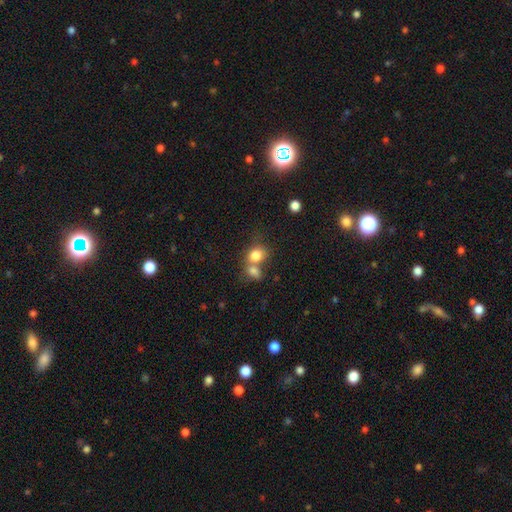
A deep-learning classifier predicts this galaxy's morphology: smooth-or-featured: smooth: 80% | featured or disk: 10% | star or artifact: 10%
  how-rounded: round: 53% | in between: 45% | cigar-shaped: 1%
  merging: merger: 54% | none: 33% | minor disturbance: 9% | major disturbance: 5%